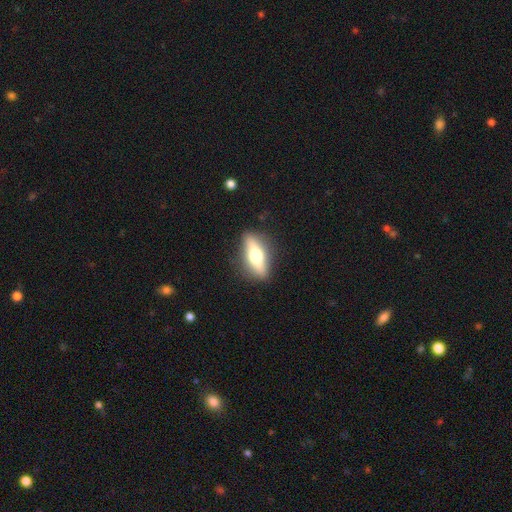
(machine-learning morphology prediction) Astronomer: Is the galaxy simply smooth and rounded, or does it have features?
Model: featured or disk — 53% (runner-up: smooth, 40%).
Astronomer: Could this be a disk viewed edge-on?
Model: yes — 84%.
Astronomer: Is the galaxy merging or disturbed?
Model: none — 87%.